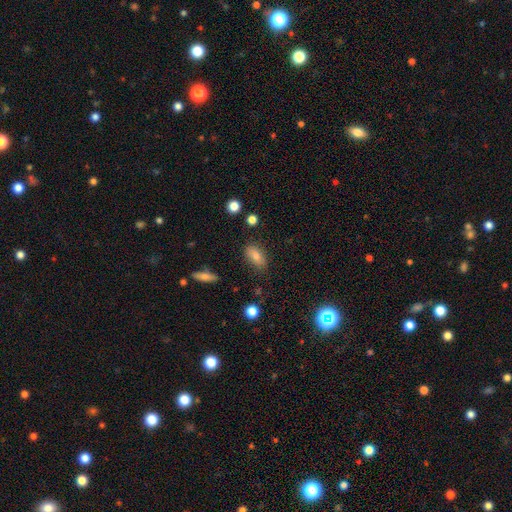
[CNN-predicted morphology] Overall: smooth (73%). How rounded: in between (86%). Merging: none (83%).